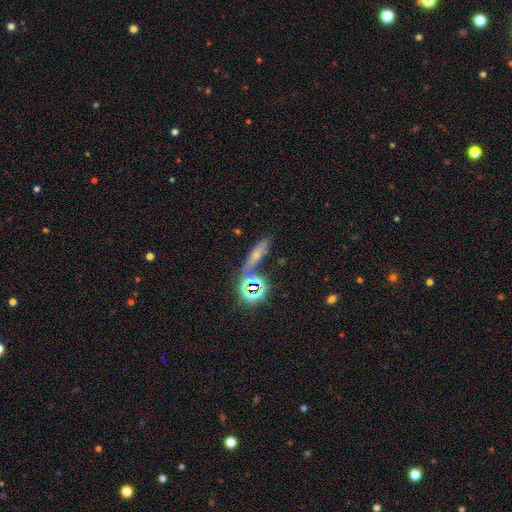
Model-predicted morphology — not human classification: A star or artifact, not a galaxy (39%).

Vote fractions:
- Smooth or featured? star or artifact: 39% / smooth: 33% / featured or disk: 28%